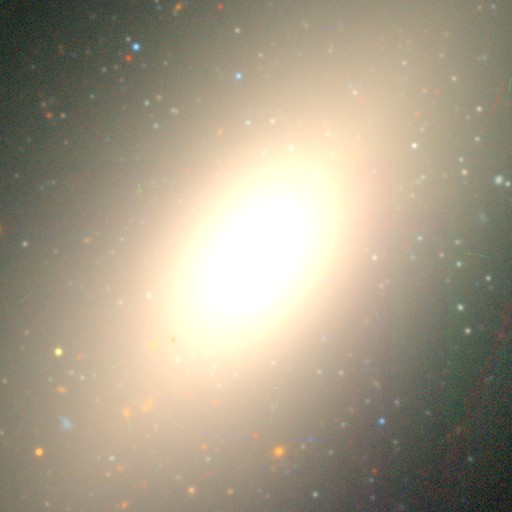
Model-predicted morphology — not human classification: type=smooth (46%); merging=none (82%).